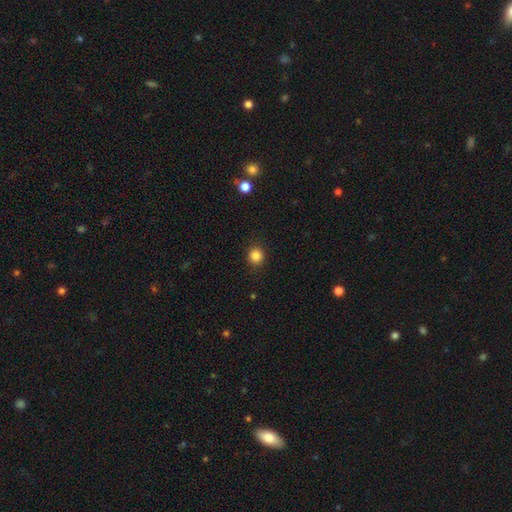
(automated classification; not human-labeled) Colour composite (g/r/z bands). It shows a smooth galaxy with no disk features (85%) that is round (89%). Merging: none (89%).